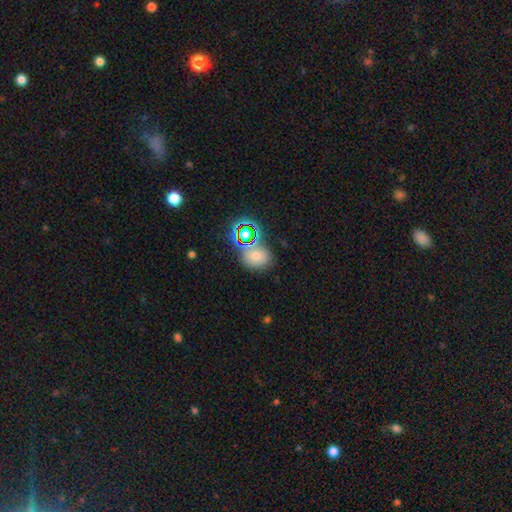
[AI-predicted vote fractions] Morphology: type=smooth (50%); roundness=round (56%); merging=none (62%).